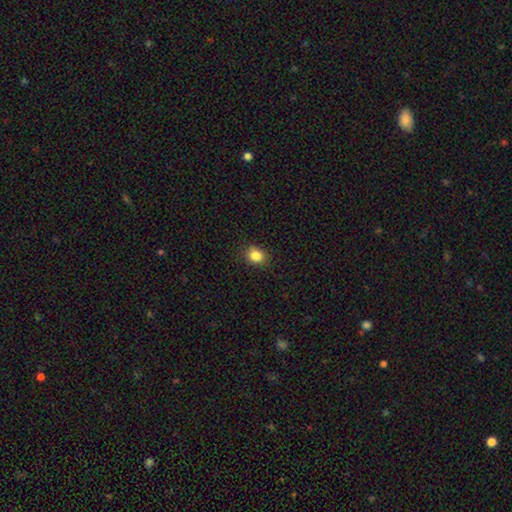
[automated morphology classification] smooth-or-featured: smooth: 84% | star or artifact: 11% | featured or disk: 5%
  how-rounded: round: 72% | in between: 27% | cigar-shaped: 1%
  merging: none: 86% | minor disturbance: 10% | major disturbance: 2% | merger: 1%